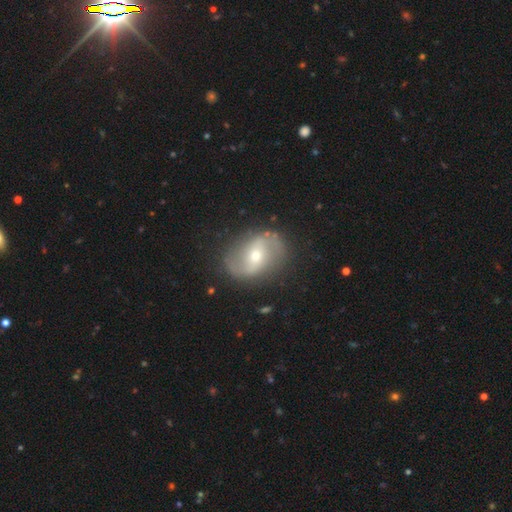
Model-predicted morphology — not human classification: Smooth or featured? featured or disk (79%)
Edge-on disk? no (97%)
Bar? weak (39%)
Spiral arms? yes (90%)
Spiral winding? loose (53%)
Spiral arm count? 2 (91%)
Bulge size? small (51%)
Merging? none (81%)